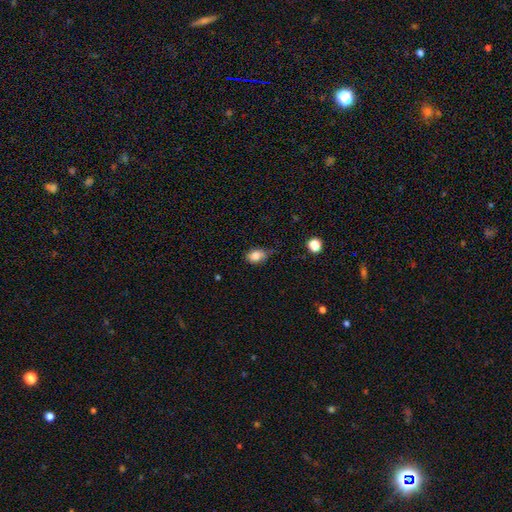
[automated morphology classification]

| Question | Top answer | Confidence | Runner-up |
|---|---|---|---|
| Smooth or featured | smooth | 84% | star or artifact (9%) |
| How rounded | in between | 73% | round (26%) |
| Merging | none | 55% | minor disturbance (35%) |